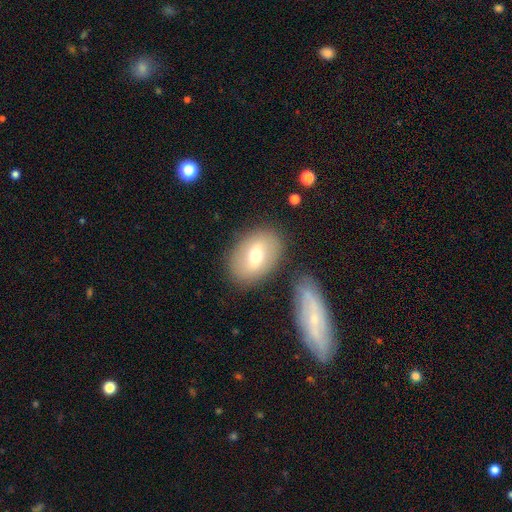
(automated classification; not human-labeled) Smooth or featured? smooth (55%)
How rounded? in between (77%)
Merging? none (79%)